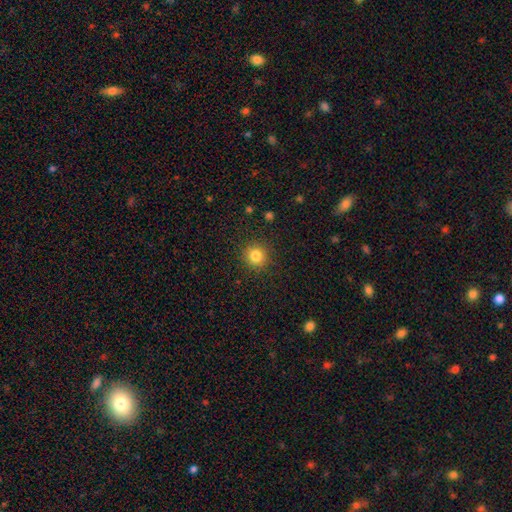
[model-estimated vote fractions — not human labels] Smooth or featured? smooth (83%)
How rounded? round (94%)
Merging? none (91%)